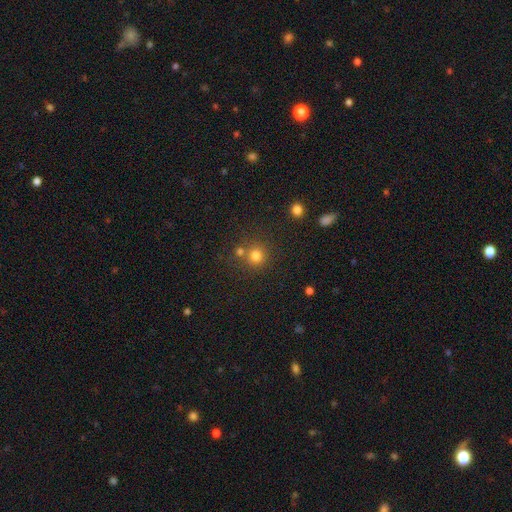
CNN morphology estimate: This is likely a smooth galaxy (78%). How rounded: clearly round (91%). Merging: likely none (68%).